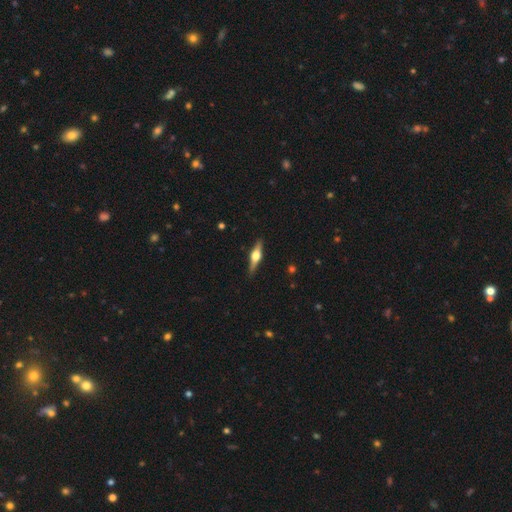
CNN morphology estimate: featured or disk 75%, smooth 20%, star or artifact 6%. Down the decision tree: edge-on disk — yes (97%); edge-on bulge — rounded (94%); merging — none (89%).